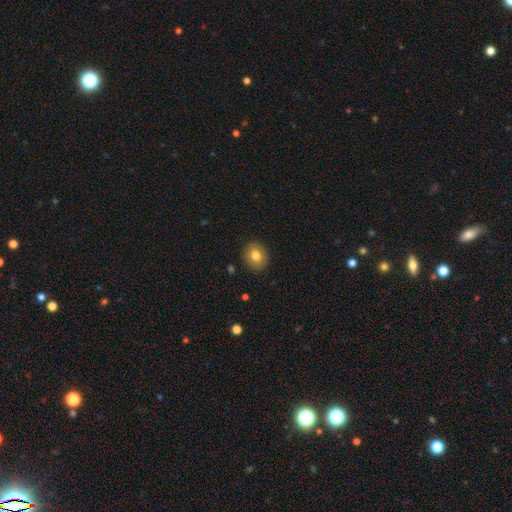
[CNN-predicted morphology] This is clearly a smooth galaxy (81%). How rounded: likely round (68%). Merging: clearly none (90%).